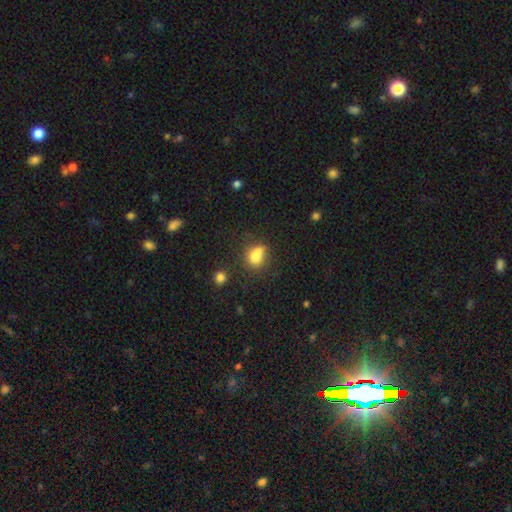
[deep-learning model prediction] A smooth galaxy with no disk features (74%) that is round (59%).

Vote fractions:
- Smooth or featured? smooth: 74% / featured or disk: 13% / star or artifact: 13%
- How rounded? round: 59% / in between: 39% / cigar-shaped: 1%
- Merging? none: 38% / merger: 37% / minor disturbance: 16% / major disturbance: 9%